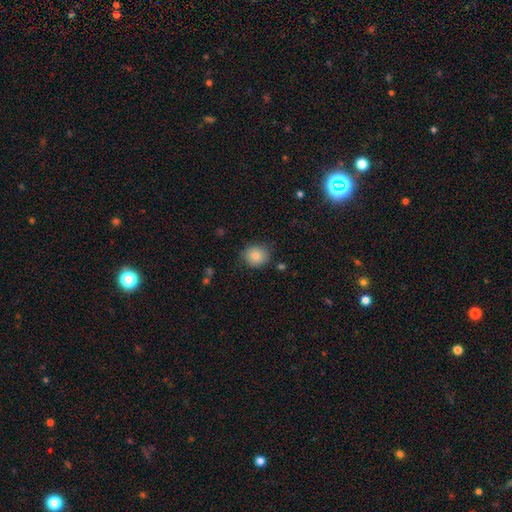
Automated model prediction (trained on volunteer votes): Smooth or featured? smooth (83%)
How rounded? round (78%)
Merging? none (81%)